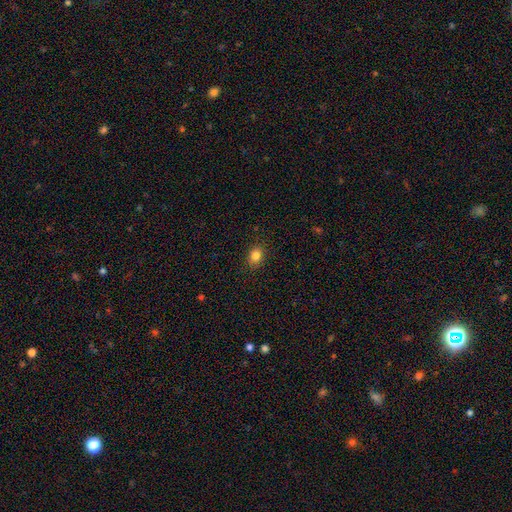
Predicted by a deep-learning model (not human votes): Smooth or featured?
  - smooth: 84% *
  - star or artifact: 11%
  - featured or disk: 5%
How rounded?
  - in between: 52% *
  - round: 47%
  - cigar-shaped: 1%
Merging?
  - none: 88% *
  - minor disturbance: 9%
  - major disturbance: 2%
  - merger: 1%